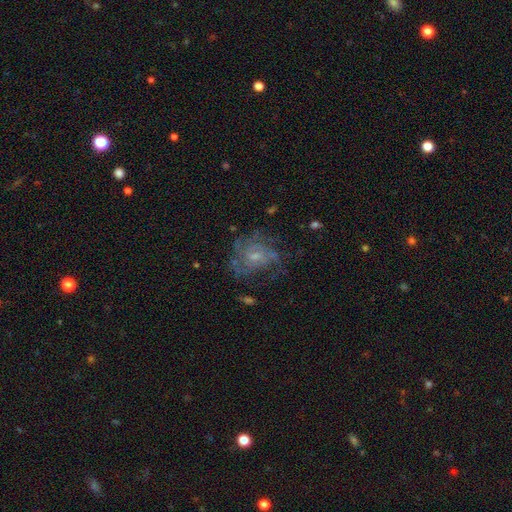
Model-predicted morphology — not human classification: Smooth or featured: featured or disk — 72% (smooth — 17%)
Edge-on disk: no — 97% (yes — 3%)
Bar: no — 62% (weak — 33%)
Spiral arms: yes — 81% (no — 19%)
Spiral winding: tight — 43% (medium — 41%)
Spiral arm count: can't tell — 44% (3 — 18%)
Bulge size: small — 57% (moderate — 32%)
Merging: none — 59% (minor disturbance — 20%)